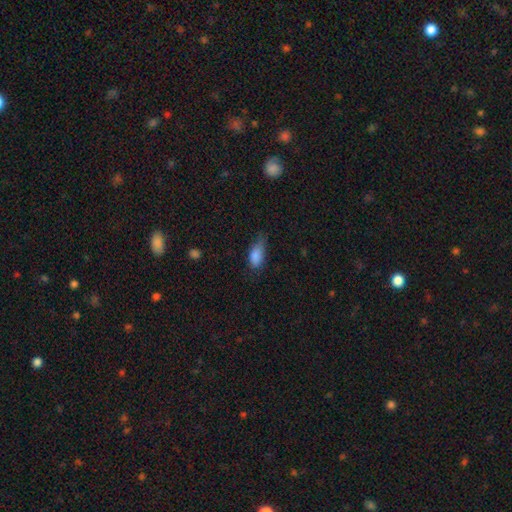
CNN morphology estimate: smooth-or-featured: smooth: 85% | star or artifact: 8% | featured or disk: 7%
  how-rounded: in between: 88% | cigar-shaped: 8% | round: 4%
  merging: none: 47% | minor disturbance: 38% | major disturbance: 12% | merger: 2%